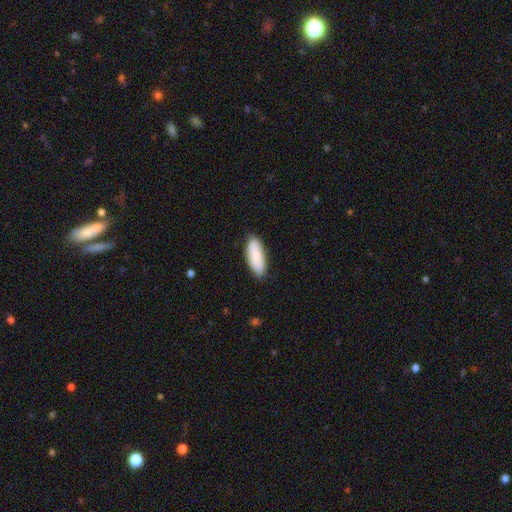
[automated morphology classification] Smooth or featured?
  - smooth: 82% *
  - featured or disk: 12%
  - star or artifact: 6%
How rounded?
  - in between: 70% *
  - cigar-shaped: 28%
  - round: 2%
Merging?
  - none: 83% *
  - minor disturbance: 13%
  - major disturbance: 2%
  - merger: 1%